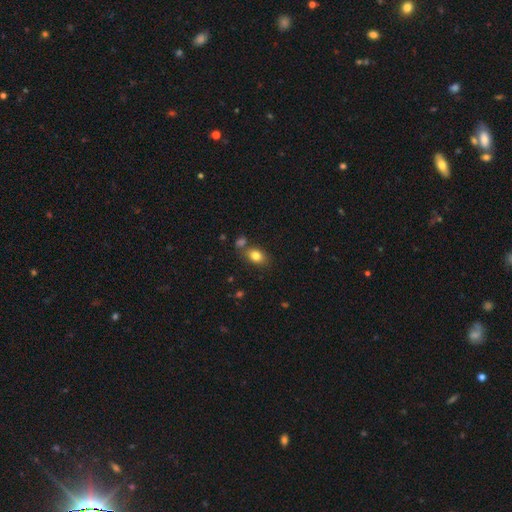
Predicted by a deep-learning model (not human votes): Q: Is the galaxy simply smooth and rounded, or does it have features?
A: smooth — 81%.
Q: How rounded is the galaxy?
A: in between — 79%.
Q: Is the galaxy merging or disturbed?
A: none — 68%.